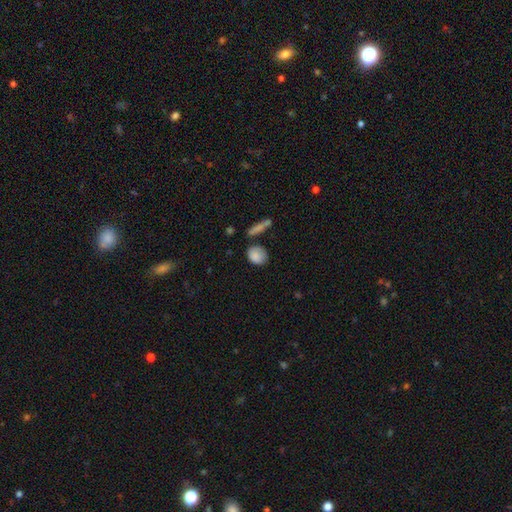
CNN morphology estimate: The model was most divided on "how rounded": in between: 51%, round: 45%, cigar-shaped: 3%. More confident: smooth or featured — smooth (85%); merging — none (65%).